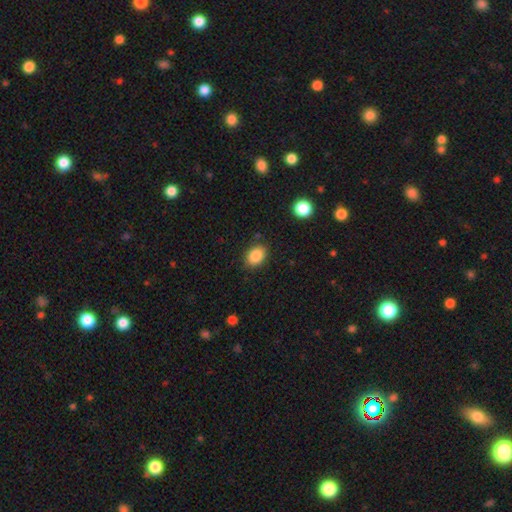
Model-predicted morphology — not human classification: Smooth or featured? Predicted: smooth (p=0.86). How rounded? Predicted: in between (p=0.71). Merging? Predicted: none (p=0.84).